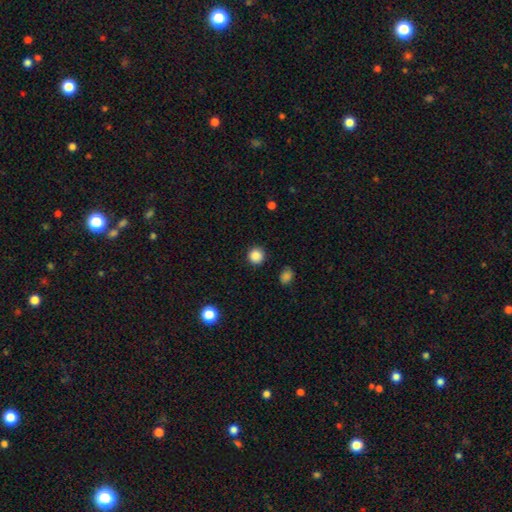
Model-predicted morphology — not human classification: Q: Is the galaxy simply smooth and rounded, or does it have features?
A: smooth — 87%.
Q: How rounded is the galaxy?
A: round — 93%.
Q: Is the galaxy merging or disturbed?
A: none — 90%.